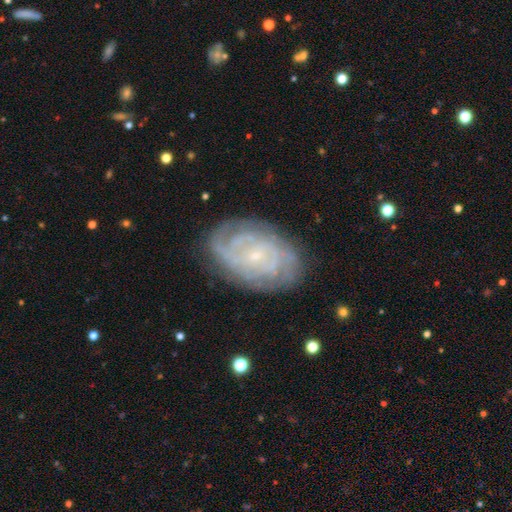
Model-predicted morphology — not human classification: This appears to be a featured or disk galaxy (81%) with no bar (69%), tight (73%) spiral arms (94%) and a small central bulge (84%). Merging: none (79%).